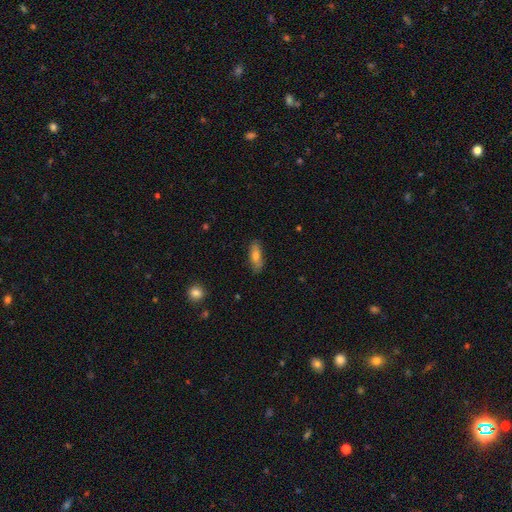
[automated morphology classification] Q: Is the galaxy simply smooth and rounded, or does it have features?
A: smooth — 72%.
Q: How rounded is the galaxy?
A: in between — 64%.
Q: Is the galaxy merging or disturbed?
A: none — 81%.